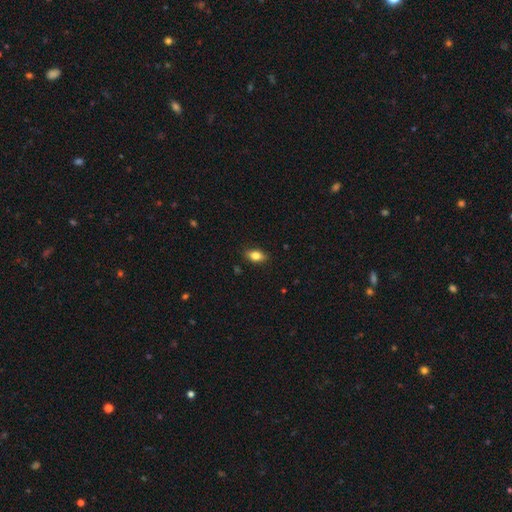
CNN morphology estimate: Smooth or featured? smooth (81%)
How rounded? in between (85%)
Merging? none (86%)